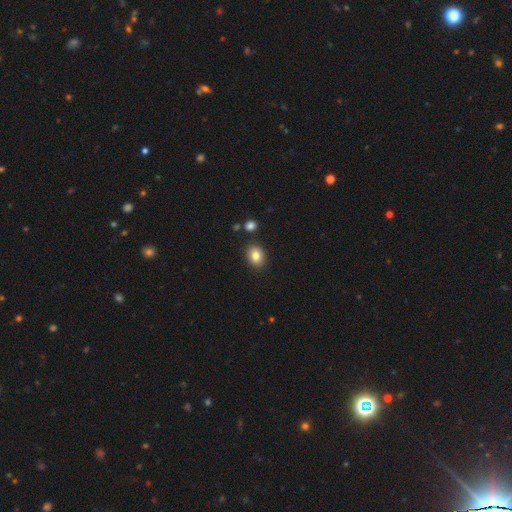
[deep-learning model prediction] Smooth or featured? Predicted: smooth (p=0.82). How rounded? Predicted: in between (p=0.56). Merging? Predicted: none (p=0.86).